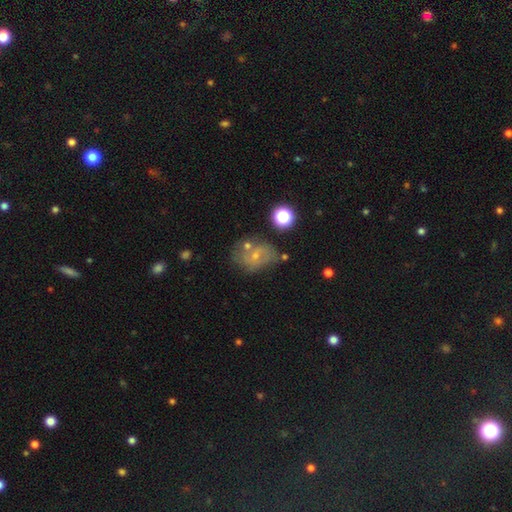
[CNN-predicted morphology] smooth_or_featured: featured or disk (p=0.53) [alt: smooth p=0.35]
disk_edge_on: no (p=0.97) [alt: yes p=0.03]
bar: no (p=0.60) [alt: weak p=0.33]
has_spiral_arms: yes (p=0.68) [alt: no p=0.32]
bulge_size: small (p=0.68) [alt: moderate p=0.26]
merging: none (p=0.49) [alt: minor disturbance p=0.22]